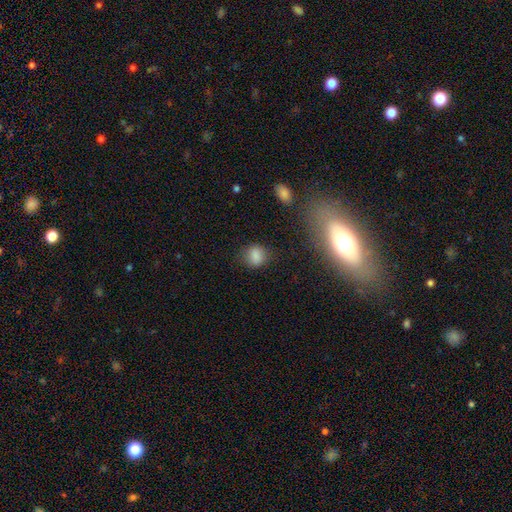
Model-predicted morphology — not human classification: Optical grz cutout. It shows a smooth galaxy with no disk features (82%) that is round (62%). Merging: none (76%).